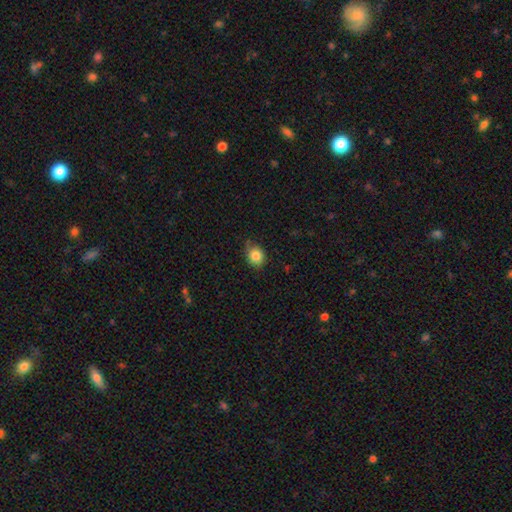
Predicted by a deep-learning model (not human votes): Q: Smooth or featured?
A: smooth (84%); runner-up: star or artifact (10%)
Q: How rounded?
A: round (70%); runner-up: in between (29%)
Q: Merging?
A: none (73%); runner-up: minor disturbance (22%)